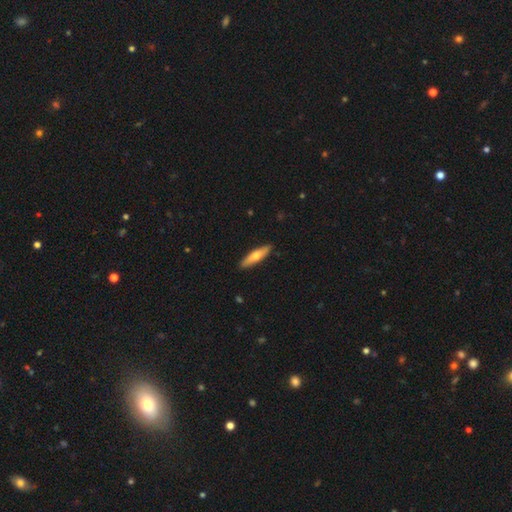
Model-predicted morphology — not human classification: type=smooth (58%); roundness=cigar-shaped (76%); merging=none (90%).